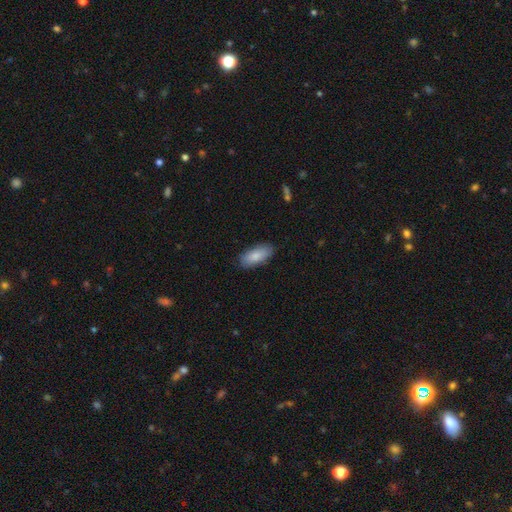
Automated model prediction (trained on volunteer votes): Q: Smooth or featured?
A: smooth (85%); runner-up: featured or disk (9%)
Q: How rounded?
A: in between (86%); runner-up: cigar-shaped (12%)
Q: Merging?
A: none (85%); runner-up: minor disturbance (12%)